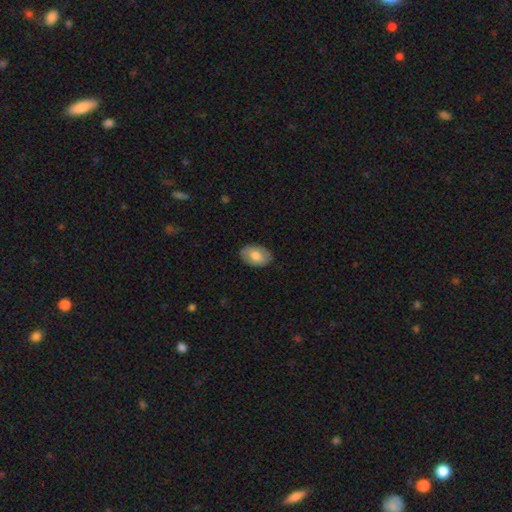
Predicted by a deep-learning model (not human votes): A smooth galaxy with no disk features (70%) that is in between round and cigar-shaped (88%). Merging: none (85%).